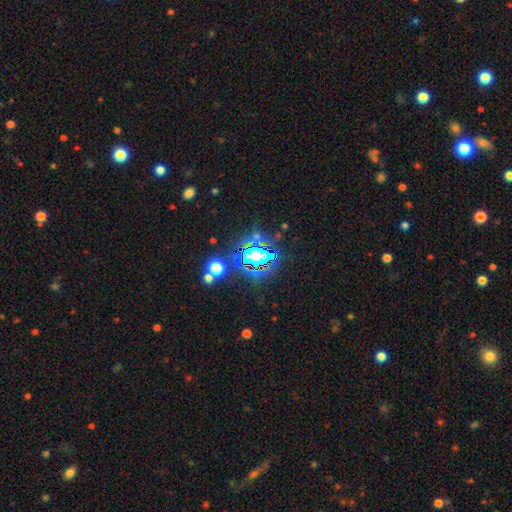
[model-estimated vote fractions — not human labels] Morphology: type=star or artifact (77%).